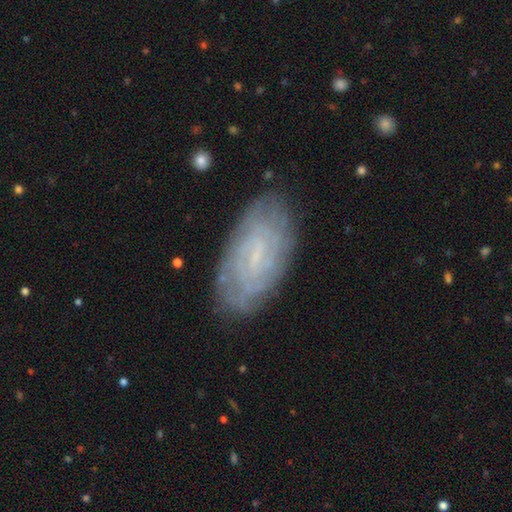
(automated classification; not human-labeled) Q: Smooth or featured?
A: featured or disk (67%); runner-up: smooth (25%)
Q: Edge-on disk?
A: no (94%); runner-up: yes (6%)
Q: Bar?
A: weak (53%); runner-up: no (32%)
Q: Spiral arms?
A: yes (82%); runner-up: no (18%)
Q: Spiral winding?
A: tight (69%); runner-up: medium (24%)
Q: Spiral arm count?
A: can't tell (61%); runner-up: 2 (17%)
Q: Bulge size?
A: small (63%); runner-up: none (23%)
Q: Merging?
A: none (80%); runner-up: minor disturbance (15%)